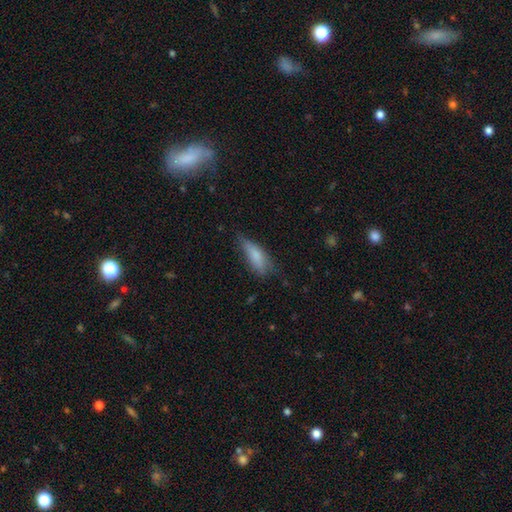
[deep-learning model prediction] smooth 76%, featured or disk 17%, star or artifact 7%. Down the decision tree: how rounded — in between (59%); merging — none (53%).